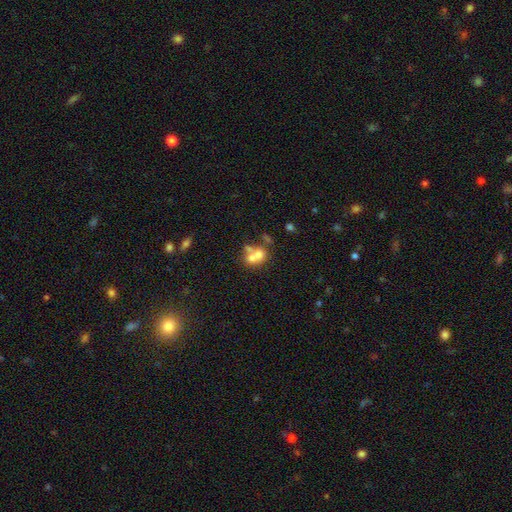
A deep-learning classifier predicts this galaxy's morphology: Smooth or featured? smooth (61%)
How rounded? round (58%)
Merging? merger (61%)